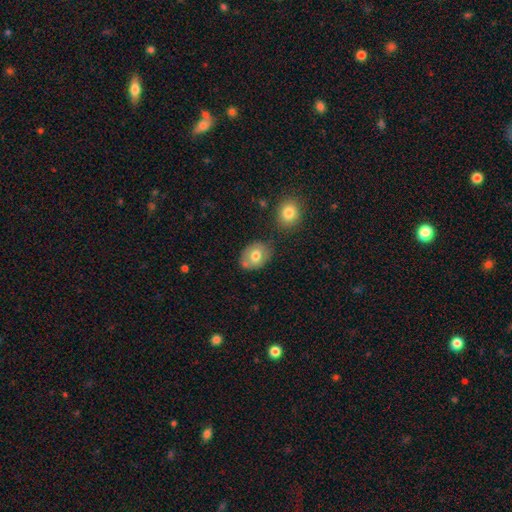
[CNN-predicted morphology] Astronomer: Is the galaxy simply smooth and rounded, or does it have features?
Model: smooth — 71%.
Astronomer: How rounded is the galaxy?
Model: in between — 65%.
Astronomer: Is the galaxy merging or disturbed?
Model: none — 66%.